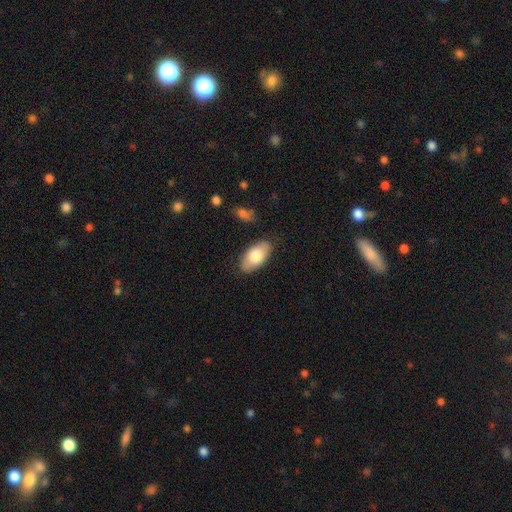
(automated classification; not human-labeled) Morphology: type=smooth (78%); roundness=in between (94%); merging=none (84%).